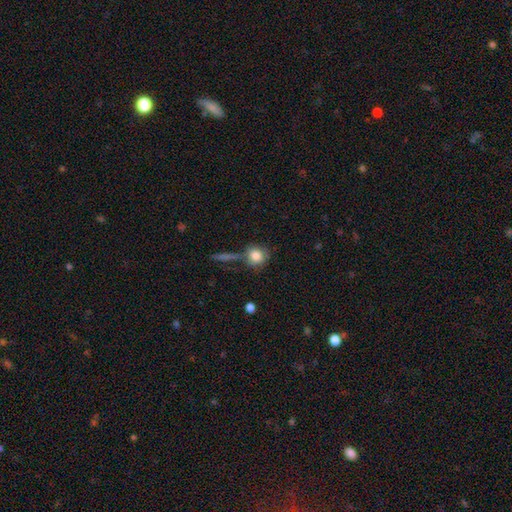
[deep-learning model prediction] This appears to be a smooth galaxy with no disk features (81%) that is round (84%). Merging: none (65%).